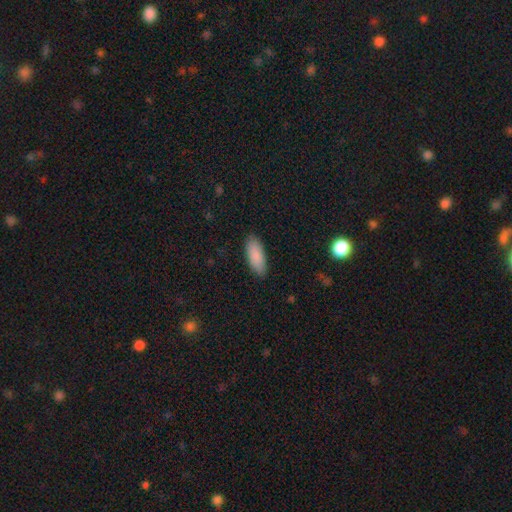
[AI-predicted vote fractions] Smooth or featured?
  - smooth: 89% *
  - star or artifact: 6%
  - featured or disk: 5%
How rounded?
  - in between: 79% *
  - cigar-shaped: 20%
  - round: 2%
Merging?
  - none: 88% *
  - minor disturbance: 9%
  - major disturbance: 2%
  - merger: 1%